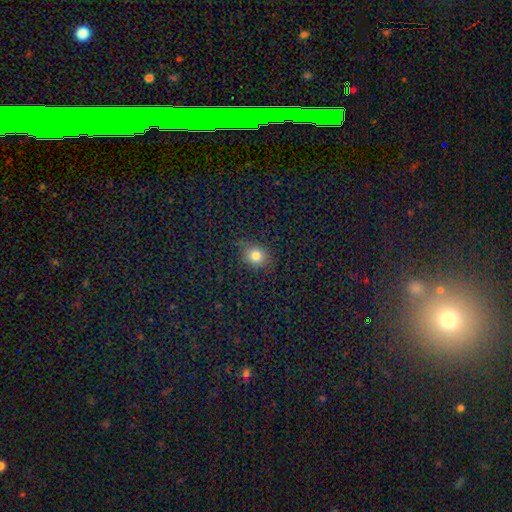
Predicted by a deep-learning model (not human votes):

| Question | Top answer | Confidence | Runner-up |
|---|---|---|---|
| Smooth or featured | smooth | 80% | star or artifact (14%) |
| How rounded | round | 60% | in between (39%) |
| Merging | none | 81% | minor disturbance (14%) |